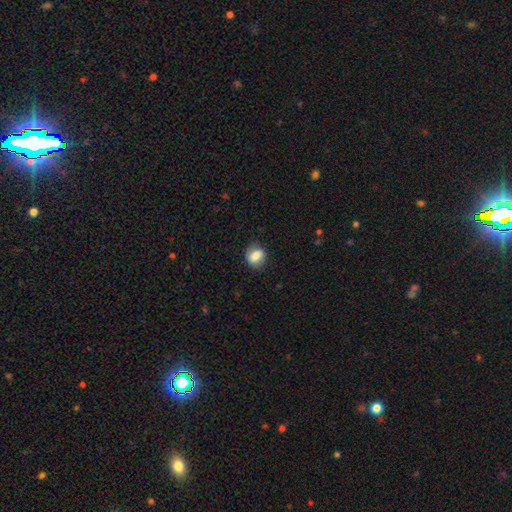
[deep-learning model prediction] Overall: smooth (76%). How rounded: round (61%; in between 38%). Merging: none (82%).